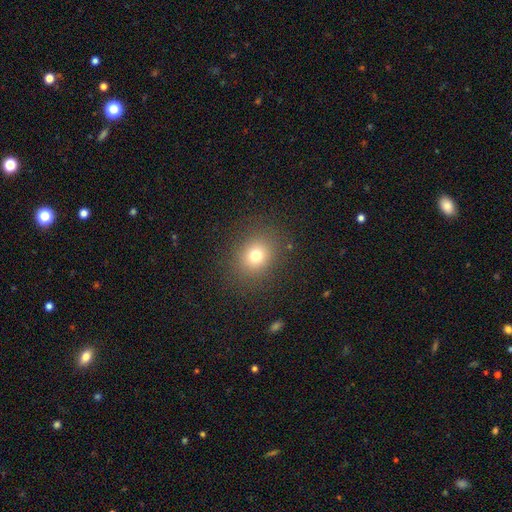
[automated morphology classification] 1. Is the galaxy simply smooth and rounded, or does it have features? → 74% smooth, 16% star or artifact, 10% featured or disk.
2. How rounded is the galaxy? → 71% round, 28% in between, 1% cigar-shaped.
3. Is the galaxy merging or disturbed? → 86% none, 8% minor disturbance, 5% major disturbance, 1% merger.